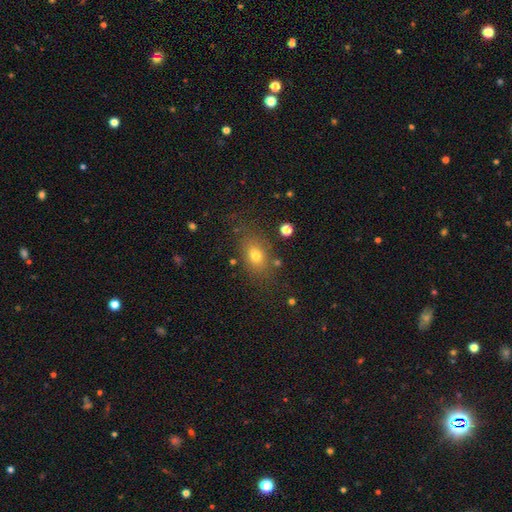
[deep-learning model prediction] smooth-or-featured: smooth: 72% | star or artifact: 15% | featured or disk: 14%
  how-rounded: in between: 75% | round: 22% | cigar-shaped: 3%
  merging: none: 73% | minor disturbance: 15% | major disturbance: 7% | merger: 5%